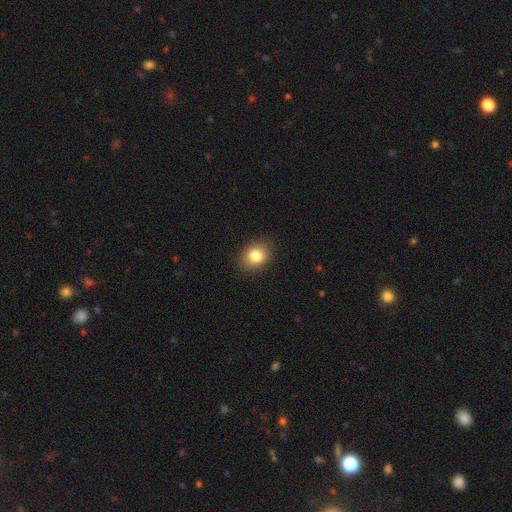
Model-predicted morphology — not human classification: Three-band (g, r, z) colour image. It shows a smooth galaxy with no disk features (82%) that is in between round and cigar-shaped (51%). Merging: none (87%).